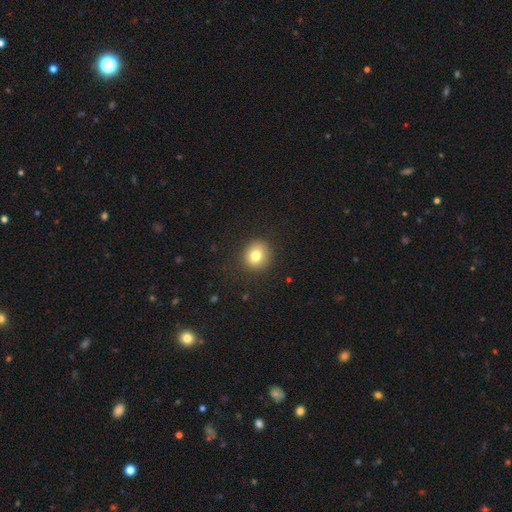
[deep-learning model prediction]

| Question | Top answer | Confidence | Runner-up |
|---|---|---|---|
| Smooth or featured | smooth | 79% | star or artifact (11%) |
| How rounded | round | 85% | in between (14%) |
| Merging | none | 90% | minor disturbance (7%) |